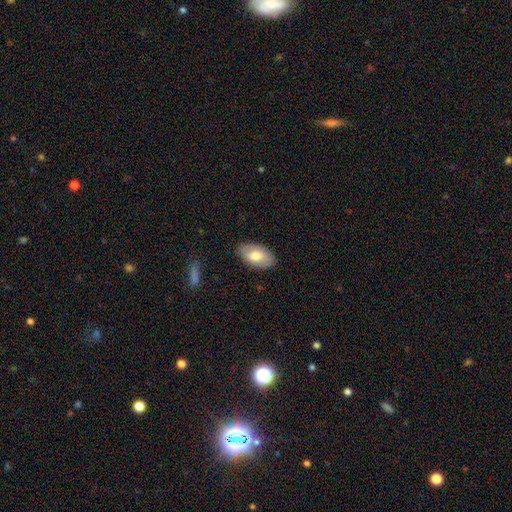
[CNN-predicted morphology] The model was most divided on "smooth or featured": smooth: 70%, featured or disk: 24%, star or artifact: 6%. More confident: how rounded — in between (94%); merging — none (84%).